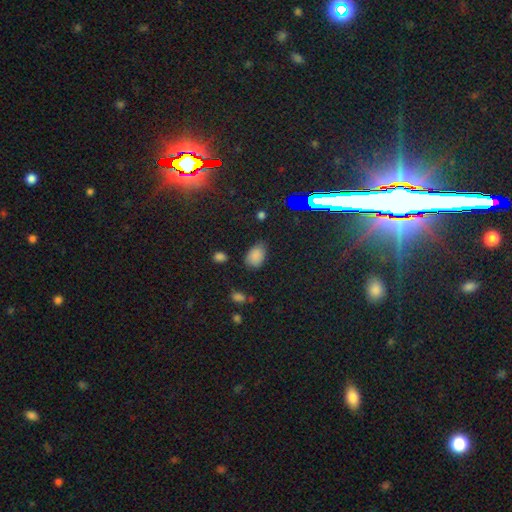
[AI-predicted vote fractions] This appears to be a smooth galaxy with no disk features (78%) that is in between round and cigar-shaped (82%). Merging: none (67%).